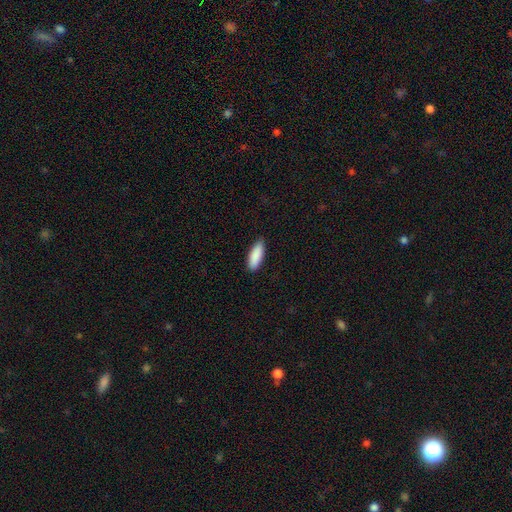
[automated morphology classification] Smooth or featured: smooth — 90% (star or artifact — 5%)
How rounded: in between — 65% (cigar-shaped — 34%)
Merging: none — 87% (minor disturbance — 11%)